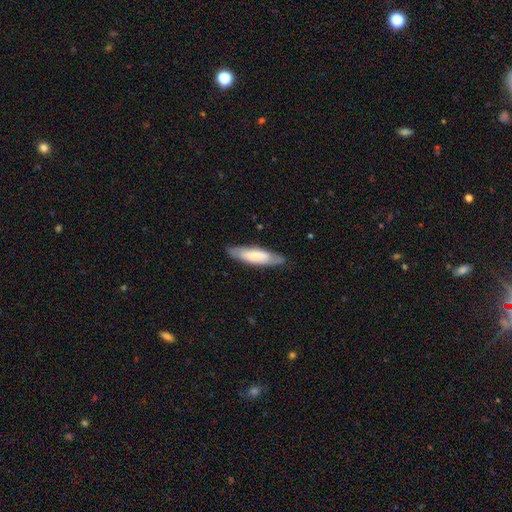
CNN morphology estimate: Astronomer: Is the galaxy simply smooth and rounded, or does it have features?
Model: smooth — 65%.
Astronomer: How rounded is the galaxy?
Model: cigar-shaped — 61% (runner-up: in between, 38%).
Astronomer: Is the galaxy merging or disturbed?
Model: none — 83%.